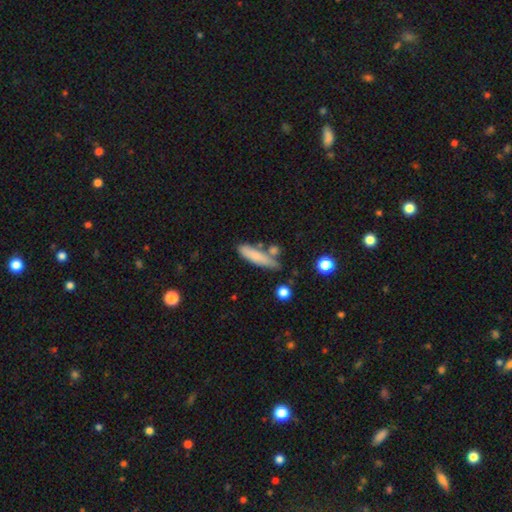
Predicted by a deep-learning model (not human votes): smooth_or_featured: smooth (p=0.76) [alt: featured or disk p=0.17]
how_rounded: cigar-shaped (p=0.74) [alt: in between p=0.24]
merging: none (p=0.62) [alt: minor disturbance p=0.20]